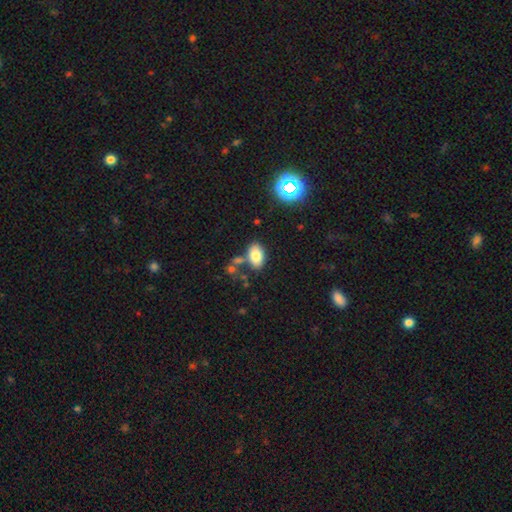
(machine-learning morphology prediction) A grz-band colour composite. It shows a smooth galaxy with no disk features (80%) that is in between round and cigar-shaped (91%). Merging: none (69%).